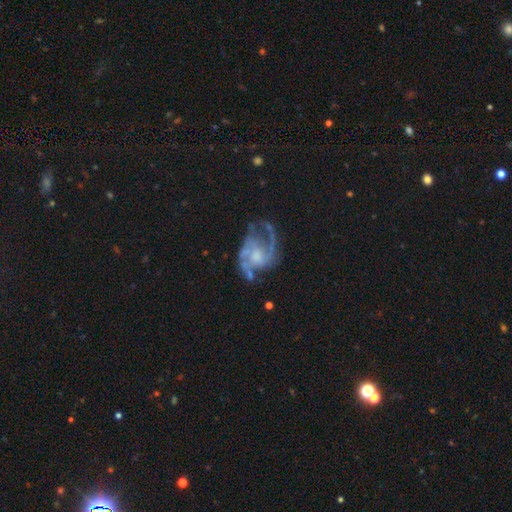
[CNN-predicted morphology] The model was most divided on "bulge size": moderate: 38%, small: 29%, none: 21%, large: 9%, dominant: 2%. Remaining: edge-on disk — no (98%); spiral arms — yes (91%); smooth or featured — featured or disk (86%); bar — no (62%); spiral arm count — 2 (54%); spiral winding — medium (51%); merging — none (49%).